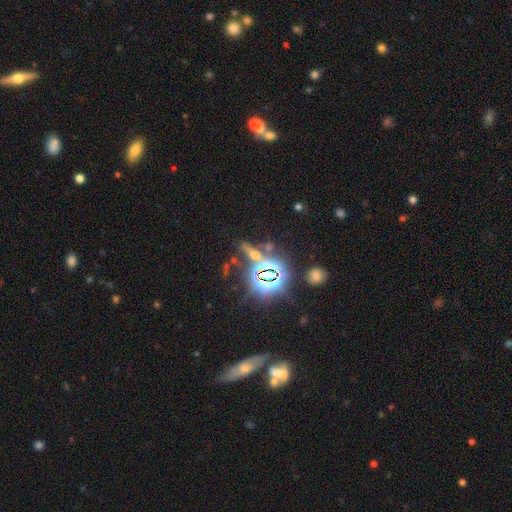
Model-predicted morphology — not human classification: Overall: star or artifact (59%; smooth 23%).